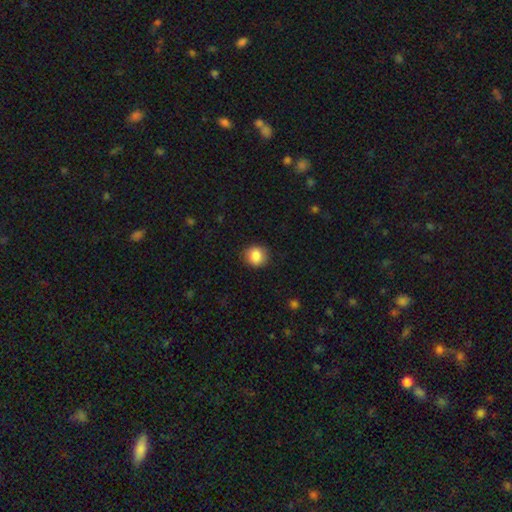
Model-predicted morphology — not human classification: This is clearly a smooth galaxy (86%). How rounded: clearly round (88%). Merging: clearly none (88%).